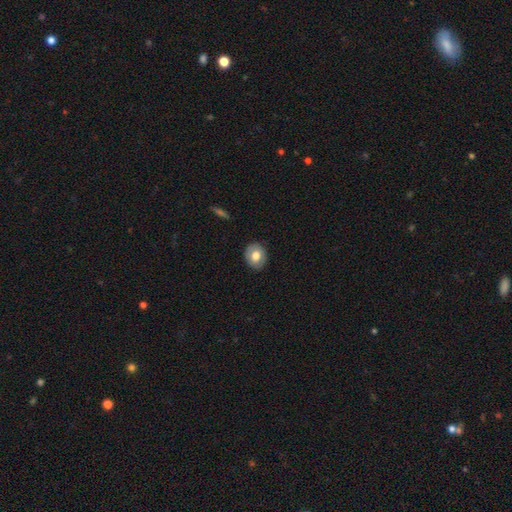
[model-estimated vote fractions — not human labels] Smooth or featured?
  - smooth: 71% *
  - featured or disk: 22%
  - star or artifact: 7%
How rounded?
  - round: 57% *
  - in between: 42%
  - cigar-shaped: 1%
Merging?
  - none: 88% *
  - minor disturbance: 9%
  - major disturbance: 2%
  - merger: 1%